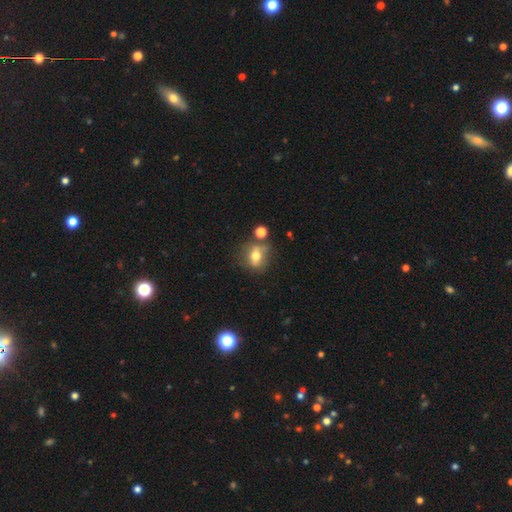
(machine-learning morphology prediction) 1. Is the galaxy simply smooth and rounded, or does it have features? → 58% smooth, 29% featured or disk, 13% star or artifact.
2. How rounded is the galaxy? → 52% round, 45% in between, 3% cigar-shaped.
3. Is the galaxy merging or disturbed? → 59% none, 19% minor disturbance, 14% merger, 8% major disturbance.